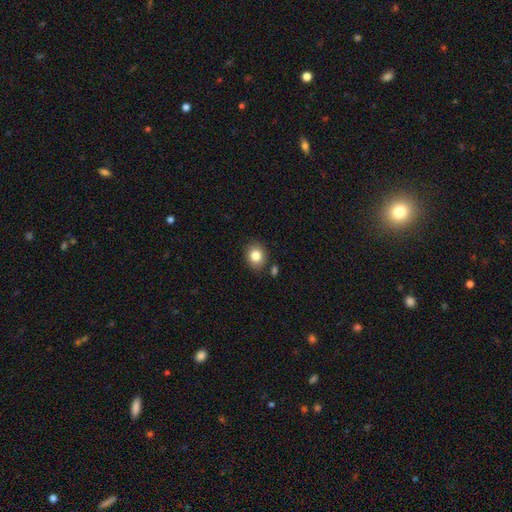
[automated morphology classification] This appears to be a smooth galaxy with no disk features (84%) that is round (68%). Merging: none (83%).